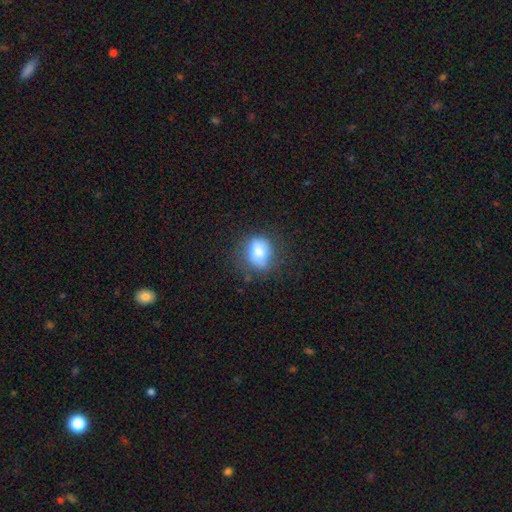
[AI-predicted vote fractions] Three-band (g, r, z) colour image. It shows a smooth galaxy with no disk features (77%) that is in between round and cigar-shaped (55%). Merging: none (63%).